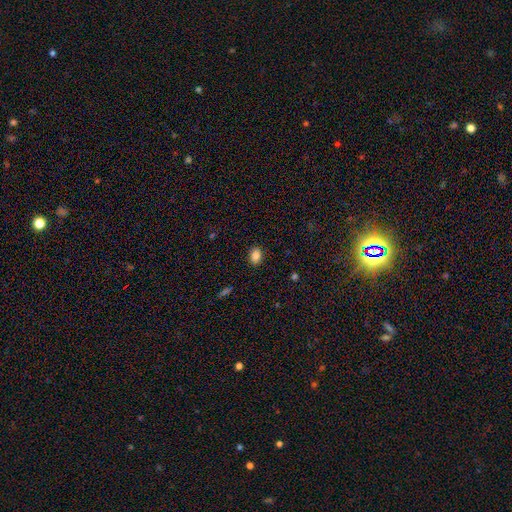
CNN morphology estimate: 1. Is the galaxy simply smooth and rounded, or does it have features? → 85% smooth, 9% star or artifact, 6% featured or disk.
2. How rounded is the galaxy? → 73% in between, 26% round, 1% cigar-shaped.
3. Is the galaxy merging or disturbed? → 88% none, 9% minor disturbance, 2% major disturbance, 1% merger.